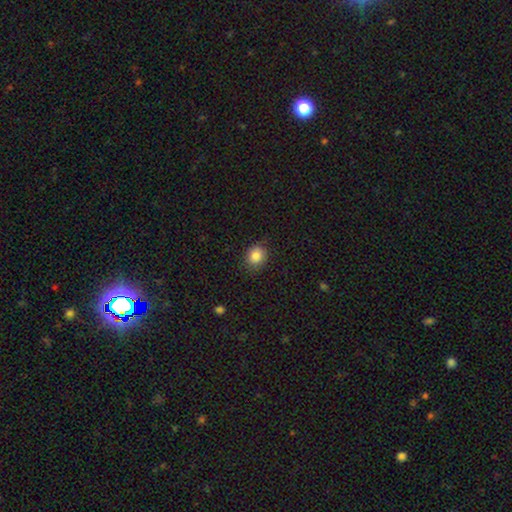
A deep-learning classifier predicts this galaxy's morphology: Smooth or featured?
  - smooth: 84% *
  - star or artifact: 10%
  - featured or disk: 6%
How rounded?
  - round: 67% *
  - in between: 32%
  - cigar-shaped: 1%
Merging?
  - none: 83% *
  - minor disturbance: 13%
  - major disturbance: 3%
  - merger: 1%